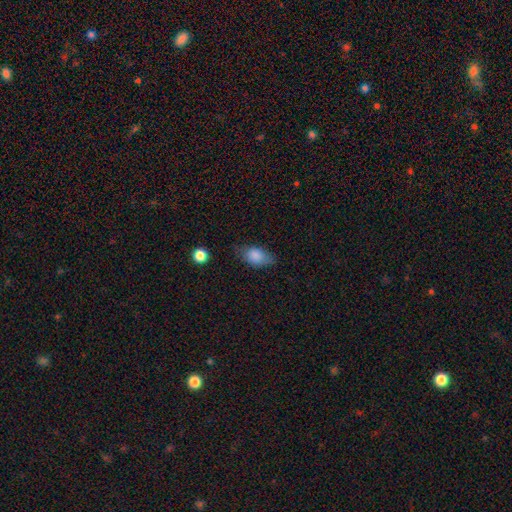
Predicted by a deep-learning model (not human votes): Smooth or featured?
  - smooth: 83% *
  - featured or disk: 9%
  - star or artifact: 8%
How rounded?
  - in between: 86% *
  - round: 10%
  - cigar-shaped: 4%
Merging?
  - none: 65% *
  - minor disturbance: 26%
  - major disturbance: 8%
  - merger: 2%